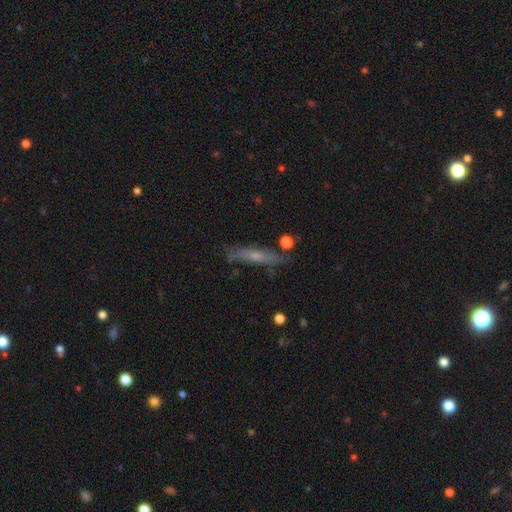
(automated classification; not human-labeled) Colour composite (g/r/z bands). It shows a featured or disk galaxy (50%) viewed edge-on (73%). Merging: none (71%).